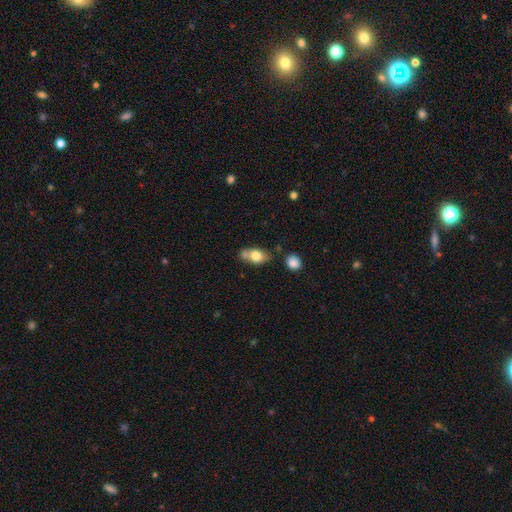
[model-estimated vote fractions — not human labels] Q: Smooth or featured?
A: smooth (74%); runner-up: featured or disk (18%)
Q: How rounded?
A: in between (80%); runner-up: round (16%)
Q: Merging?
A: none (49%); runner-up: merger (26%)